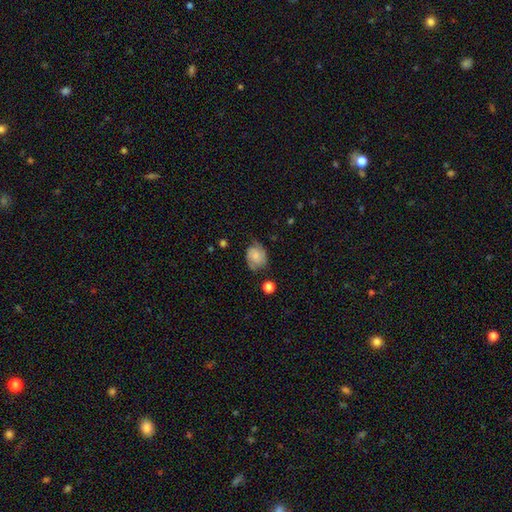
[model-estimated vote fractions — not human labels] Overall: featured or disk (48%; smooth 44%). Merging: none (58%; minor disturbance 28%).